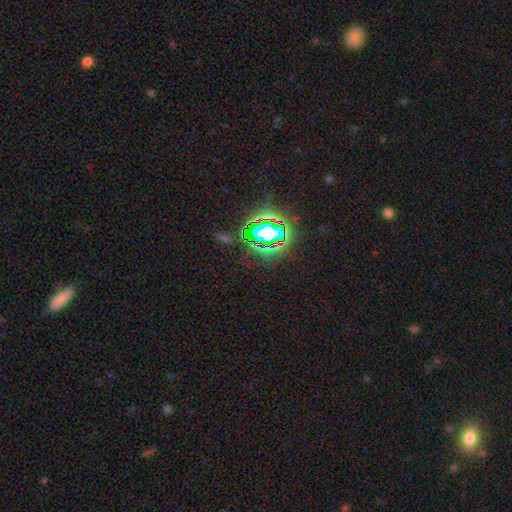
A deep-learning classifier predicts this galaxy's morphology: This appears to be a star or artifact, not a galaxy (82%).